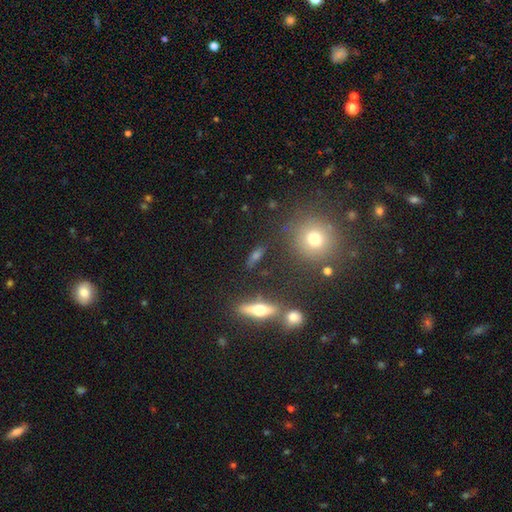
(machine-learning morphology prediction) This is possibly a smooth galaxy (46%). Merging: clearly none (80%).